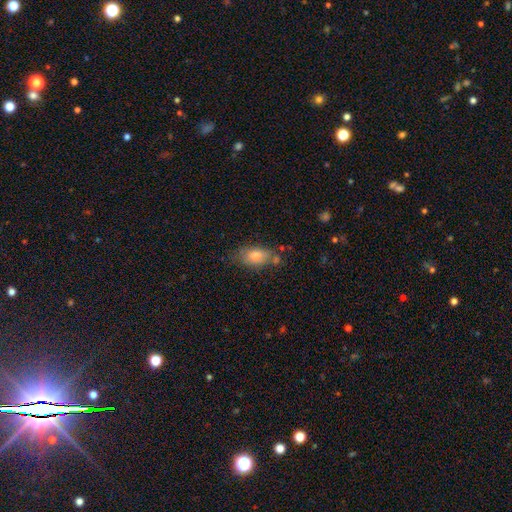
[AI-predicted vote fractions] Smooth or featured? smooth (81%)
How rounded? in between (89%)
Merging? none (56%)